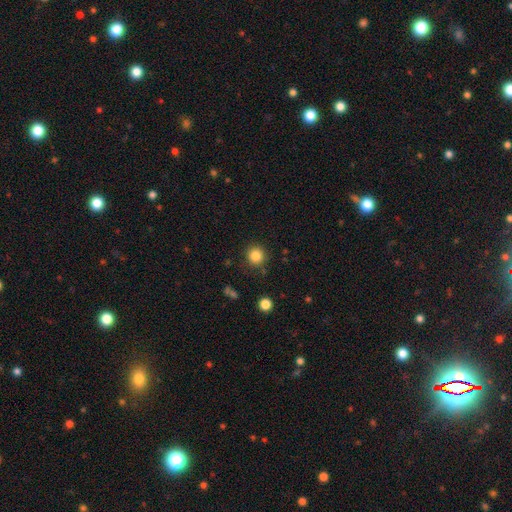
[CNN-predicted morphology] A smooth galaxy with no disk features (84%) that is round (94%). Merging: none (88%).